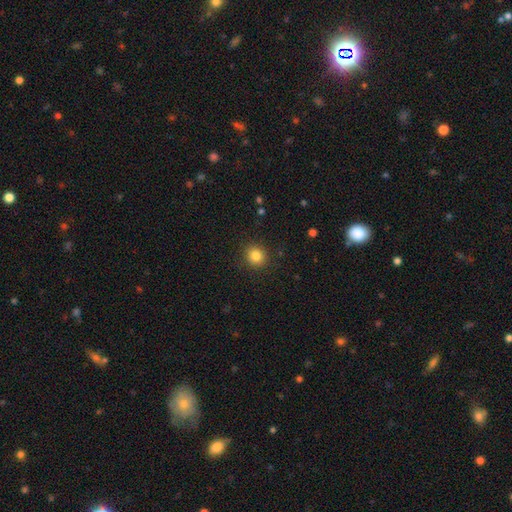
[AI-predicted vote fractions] This appears to be a smooth galaxy with no disk features (84%) that is round (85%). Merging: none (90%).